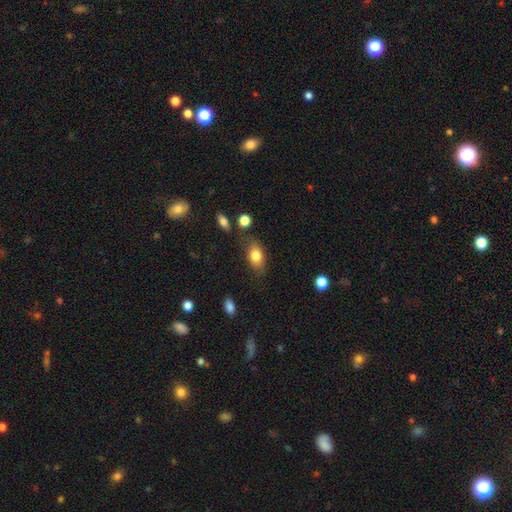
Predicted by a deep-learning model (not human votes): The model was most divided on "merging": none: 72%, minor disturbance: 18%, major disturbance: 5%, merger: 5%. More confident: how rounded — in between (85%); smooth or featured — smooth (81%).